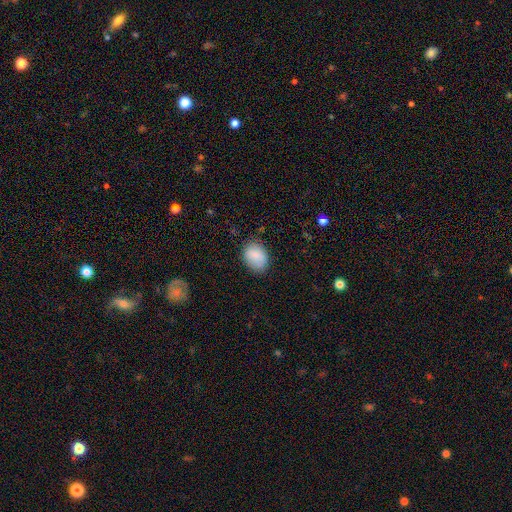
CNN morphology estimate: This appears to be a smooth galaxy with no disk features (86%) that is in between round and cigar-shaped (69%). Merging: none (76%).